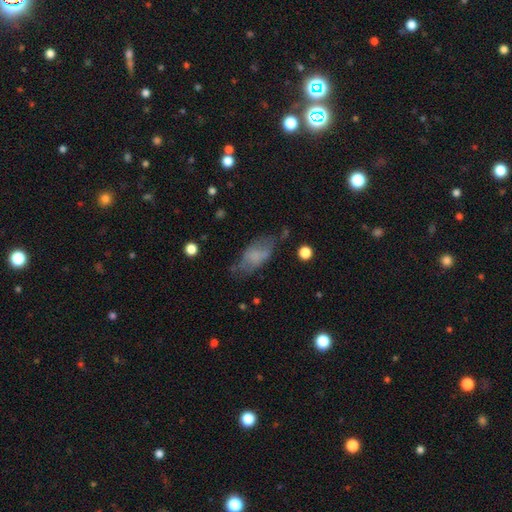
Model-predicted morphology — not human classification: Q: Smooth or featured?
A: smooth (60%); runner-up: featured or disk (30%)
Q: How rounded?
A: in between (82%); runner-up: cigar-shaped (15%)
Q: Merging?
A: none (54%); runner-up: minor disturbance (27%)